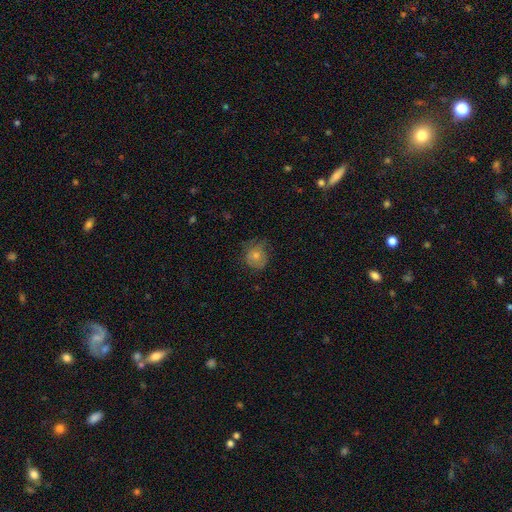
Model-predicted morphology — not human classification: Smooth or featured: smooth — 65% (featured or disk — 26%)
How rounded: round — 77% (in between — 22%)
Merging: none — 55% (minor disturbance — 29%)